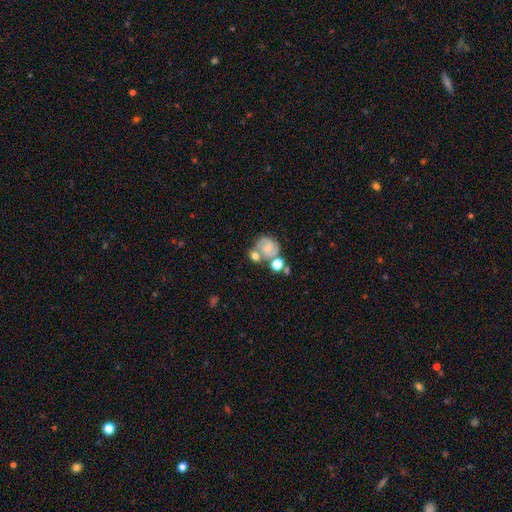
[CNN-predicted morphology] Smooth or featured? featured or disk (49%)
Merging? none (43%)